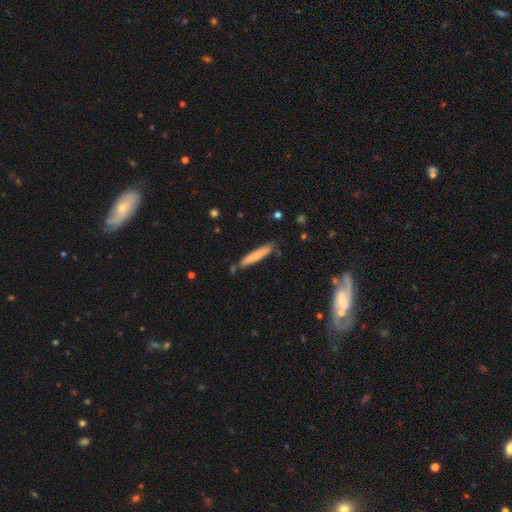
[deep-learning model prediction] A smooth galaxy with no disk features (73%) that is cigar-shaped (92%).

Vote fractions:
- Smooth or featured? smooth: 73% / featured or disk: 21% / star or artifact: 6%
- How rounded? cigar-shaped: 92% / in between: 7% / round: 1%
- Merging? none: 77% / minor disturbance: 16% / merger: 4% / major disturbance: 3%